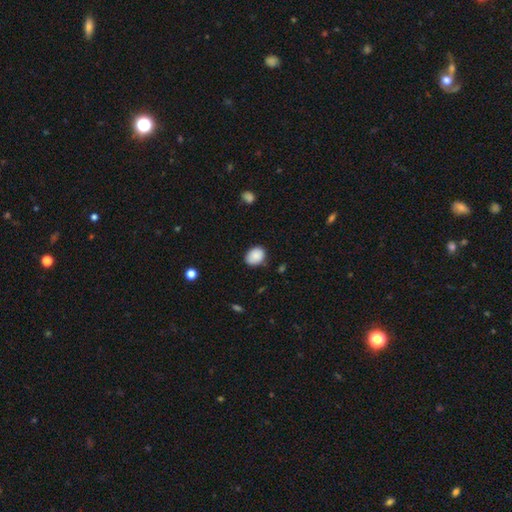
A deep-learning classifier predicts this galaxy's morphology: Q: Smooth or featured?
A: smooth (87%); runner-up: star or artifact (8%)
Q: How rounded?
A: in between (60%); runner-up: round (39%)
Q: Merging?
A: none (73%); runner-up: minor disturbance (22%)